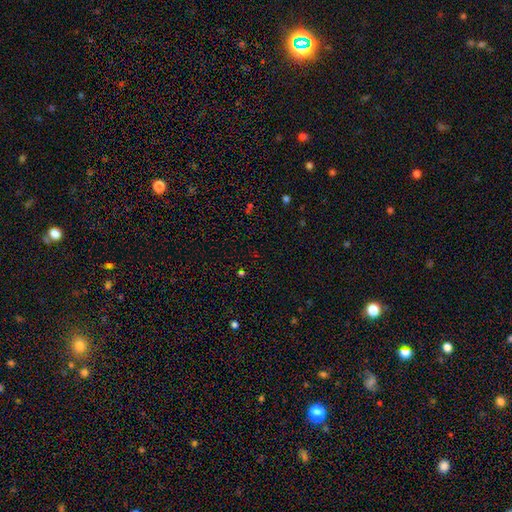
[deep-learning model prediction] star or artifact 62%, smooth 30%, featured or disk 8%.